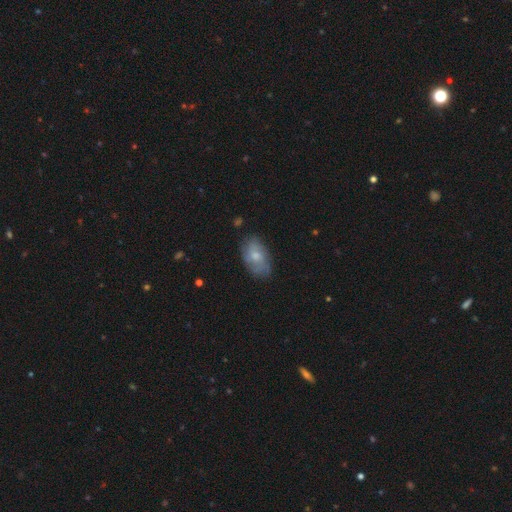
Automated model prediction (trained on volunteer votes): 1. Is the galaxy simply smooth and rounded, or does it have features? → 50% smooth, 43% featured or disk, 7% star or artifact.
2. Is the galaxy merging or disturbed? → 71% none, 22% minor disturbance, 6% major disturbance, 2% merger.